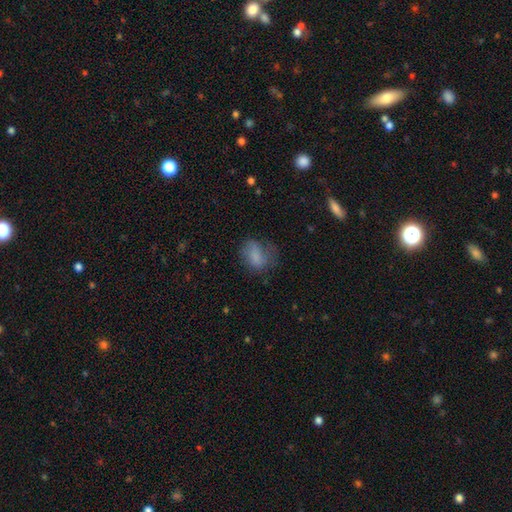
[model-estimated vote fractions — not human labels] Smooth or featured?
  - smooth: 73% *
  - featured or disk: 17%
  - star or artifact: 10%
How rounded?
  - in between: 73% *
  - round: 25%
  - cigar-shaped: 2%
Merging?
  - none: 46% *
  - minor disturbance: 28%
  - major disturbance: 23%
  - merger: 2%